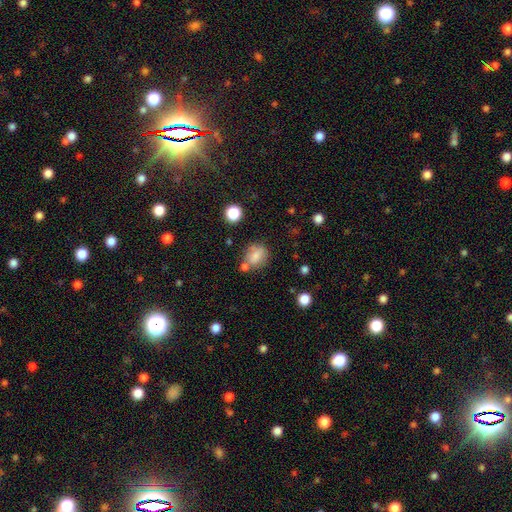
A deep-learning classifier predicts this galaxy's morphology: smooth_or_featured: smooth (p=0.77) [alt: featured or disk p=0.12]
how_rounded: round (p=0.58) [alt: in between p=0.40]
merging: none (p=0.58) [alt: merger p=0.19]